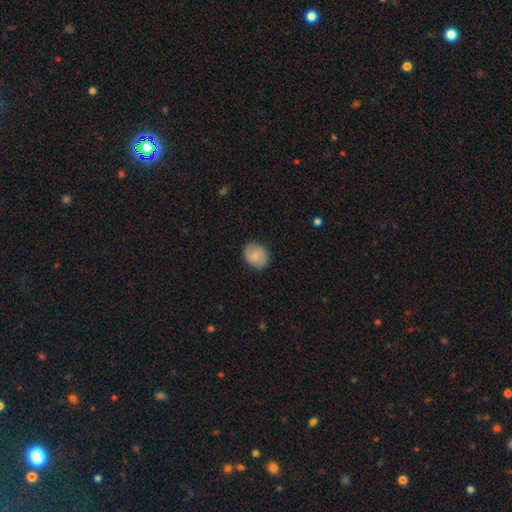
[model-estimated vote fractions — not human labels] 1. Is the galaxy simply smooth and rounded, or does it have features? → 73% smooth, 20% featured or disk, 7% star or artifact.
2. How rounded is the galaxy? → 67% round, 32% in between, 1% cigar-shaped.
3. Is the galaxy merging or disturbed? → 85% none, 11% minor disturbance, 3% major disturbance, 1% merger.